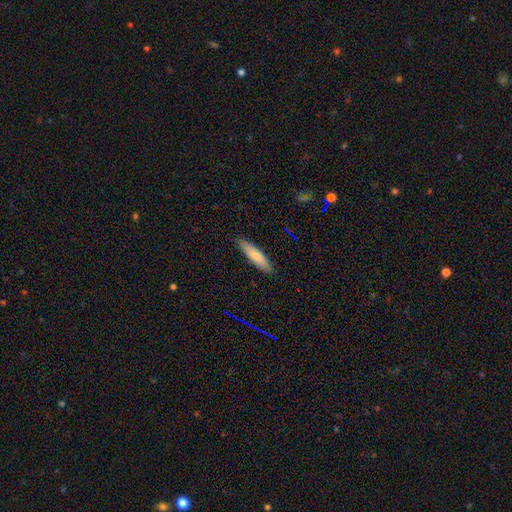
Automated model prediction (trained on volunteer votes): Smooth or featured: smooth — 75% (featured or disk — 19%)
How rounded: cigar-shaped — 71% (in between — 28%)
Merging: none — 88% (minor disturbance — 9%)